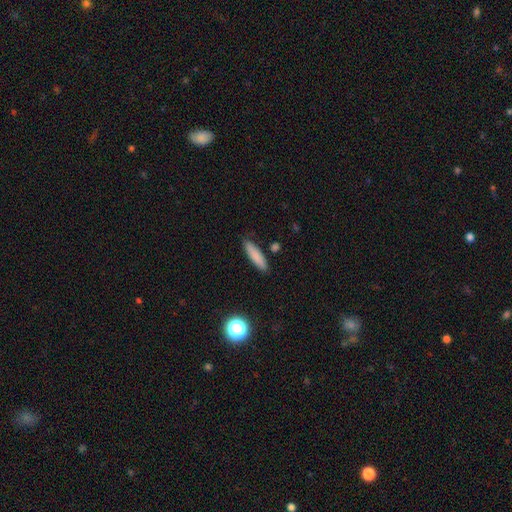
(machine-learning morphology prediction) type=smooth (83%); roundness=cigar-shaped (77%); merging=none (87%).